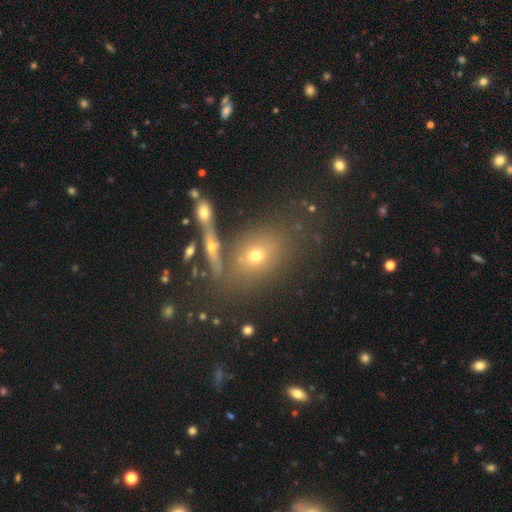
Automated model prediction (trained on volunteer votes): smooth 59%, star or artifact 21%, featured or disk 20%. Down the decision tree: how rounded — in between (61%); merging — none (67%).